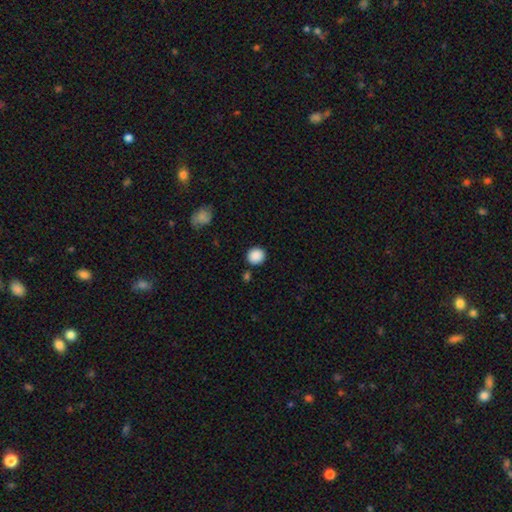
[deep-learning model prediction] The model was most divided on "how rounded": round: 87%, in between: 12%, cigar-shaped: 1%. More confident: smooth or featured — smooth (88%); merging — none (84%).